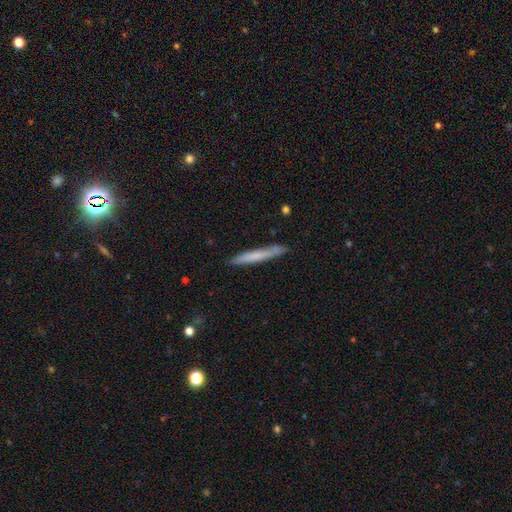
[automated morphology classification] Smooth or featured: smooth — 64% (featured or disk — 30%)
How rounded: cigar-shaped — 96% (in between — 3%)
Merging: none — 85% (minor disturbance — 11%)